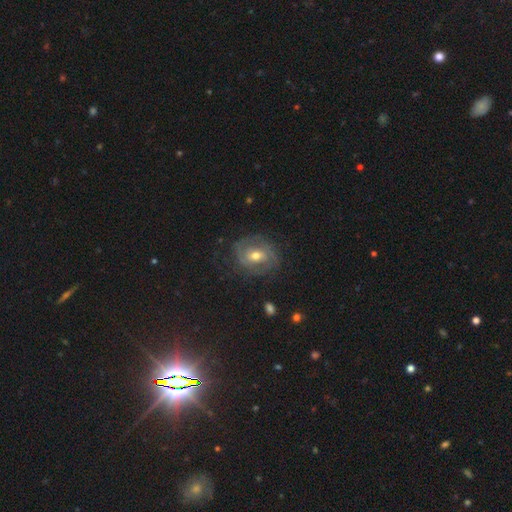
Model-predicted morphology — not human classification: Q: Smooth or featured?
A: featured or disk (77%); runner-up: smooth (16%)
Q: Edge-on disk?
A: no (97%); runner-up: yes (3%)
Q: Bar?
A: no (44%); runner-up: weak (42%)
Q: Spiral arms?
A: yes (88%); runner-up: no (12%)
Q: Spiral winding?
A: tight (54%); runner-up: medium (34%)
Q: Spiral arm count?
A: 2 (48%); runner-up: can't tell (27%)
Q: Bulge size?
A: moderate (71%); runner-up: small (23%)
Q: Merging?
A: none (72%); runner-up: minor disturbance (18%)